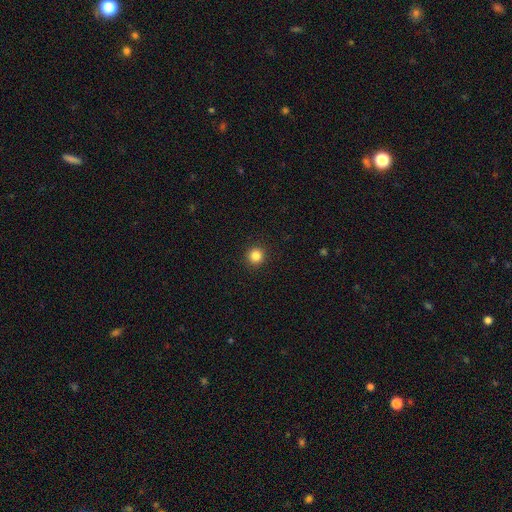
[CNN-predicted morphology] smooth-or-featured: smooth: 84% | star or artifact: 12% | featured or disk: 4%
  how-rounded: round: 95% | in between: 4% | cigar-shaped: 1%
  merging: none: 93% | minor disturbance: 4% | major disturbance: 2% | merger: 1%